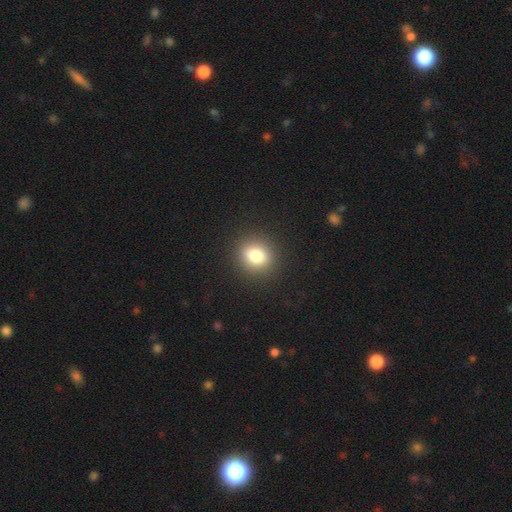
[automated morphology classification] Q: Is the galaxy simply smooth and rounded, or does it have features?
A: smooth — 79%.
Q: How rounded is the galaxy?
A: round — 74%.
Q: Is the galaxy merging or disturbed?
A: none — 90%.